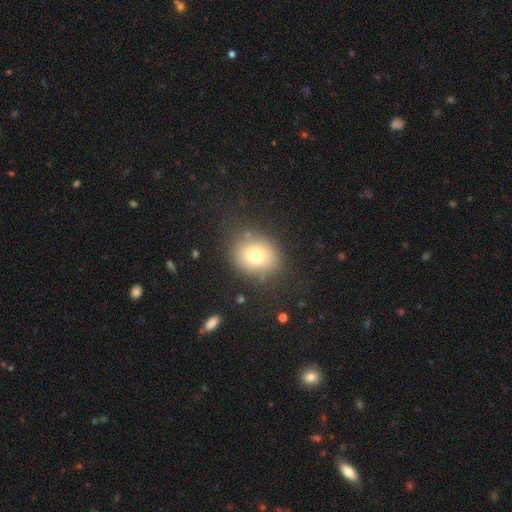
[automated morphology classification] Smooth or featured: smooth — 73% (featured or disk — 14%)
How rounded: round — 61% (in between — 38%)
Merging: none — 80% (minor disturbance — 12%)